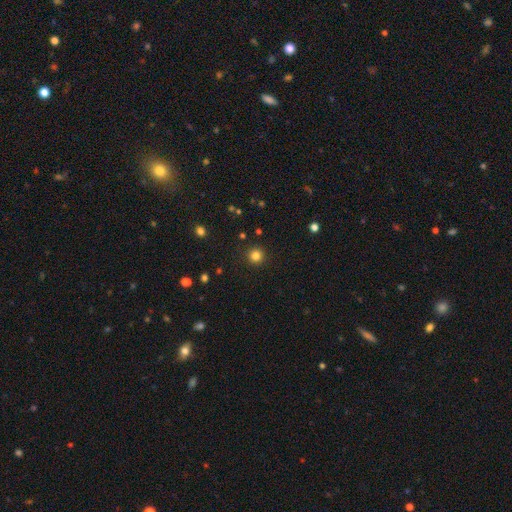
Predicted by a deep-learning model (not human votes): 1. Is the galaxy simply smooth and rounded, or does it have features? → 83% smooth, 13% star or artifact, 4% featured or disk.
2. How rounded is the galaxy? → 95% round, 4% in between, 1% cigar-shaped.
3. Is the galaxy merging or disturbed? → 91% none, 5% minor disturbance, 2% major disturbance, 1% merger.